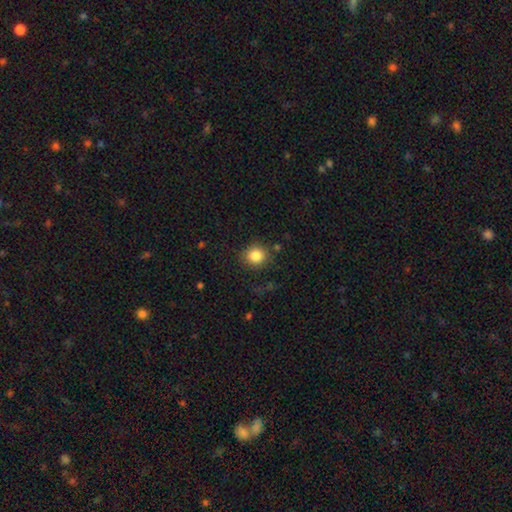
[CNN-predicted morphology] smooth-or-featured: smooth: 84% | star or artifact: 10% | featured or disk: 6%
  how-rounded: round: 83% | in between: 16% | cigar-shaped: 1%
  merging: none: 84% | minor disturbance: 11% | major disturbance: 4% | merger: 2%